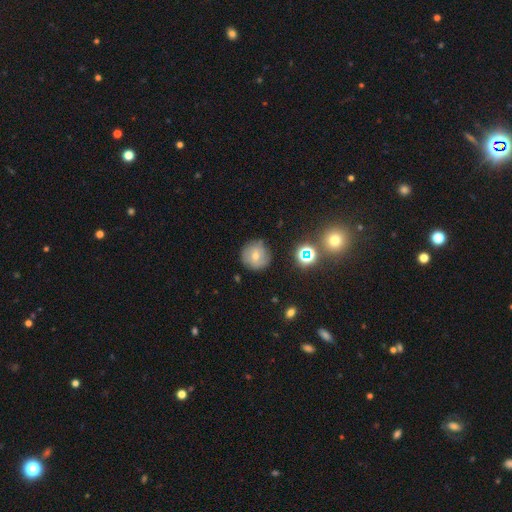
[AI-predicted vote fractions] smooth_or_featured: smooth (p=0.60) [alt: featured or disk p=0.25]
how_rounded: round (p=0.94) [alt: in between p=0.05]
merging: none (p=0.82) [alt: minor disturbance p=0.12]